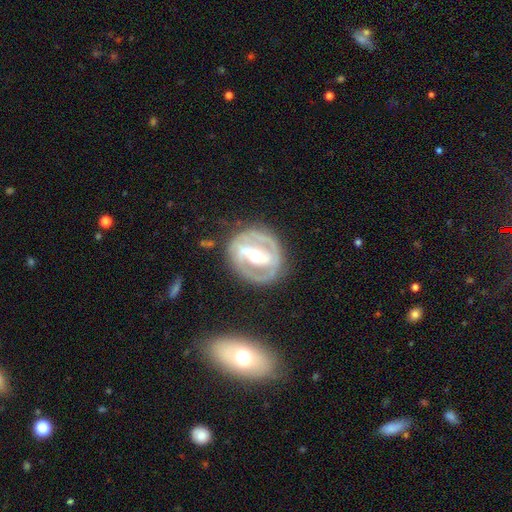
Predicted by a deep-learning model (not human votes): smooth_or_featured: featured or disk (p=0.83) [alt: smooth p=0.13]
disk_edge_on: no (p=0.95) [alt: yes p=0.05]
bar: strong (p=0.62) [alt: weak p=0.24]
has_spiral_arms: yes (p=0.66) [alt: no p=0.34]
spiral_winding: tight (p=0.53) [alt: medium p=0.35]
spiral_arm_count: 2 (p=0.77) [alt: can't tell p=0.13]
bulge_size: moderate (p=0.67) [alt: small p=0.25]
merging: none (p=0.76) [alt: minor disturbance p=0.14]